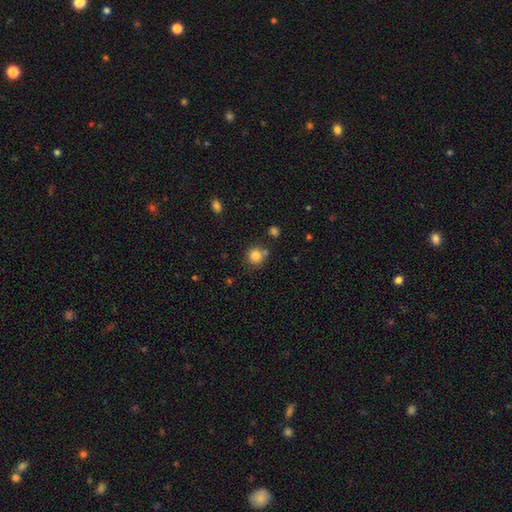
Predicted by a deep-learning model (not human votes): Overall: smooth (83%). How rounded: round (90%). Merging: none (73%).